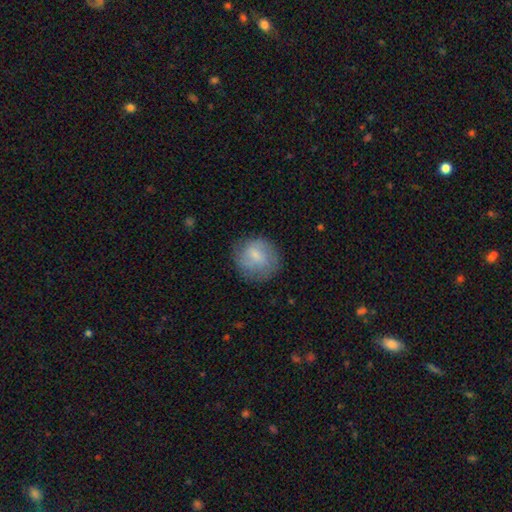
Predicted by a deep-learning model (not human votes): This appears to be a smooth galaxy with no disk features (63%) that is round (81%). Merging: none (71%).